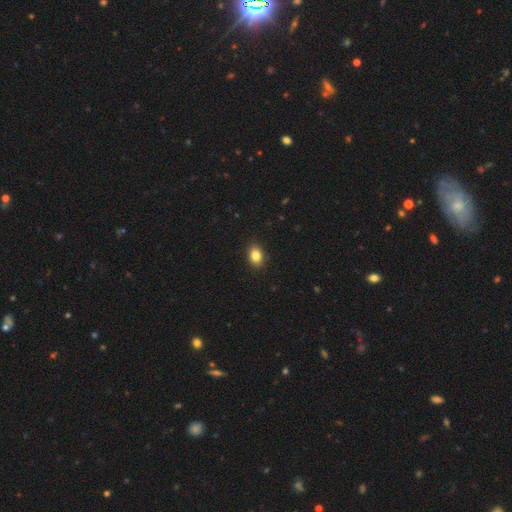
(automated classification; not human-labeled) Smooth or featured? Predicted: smooth (p=0.84). How rounded? Predicted: in between (p=0.72). Merging? Predicted: none (p=0.89).